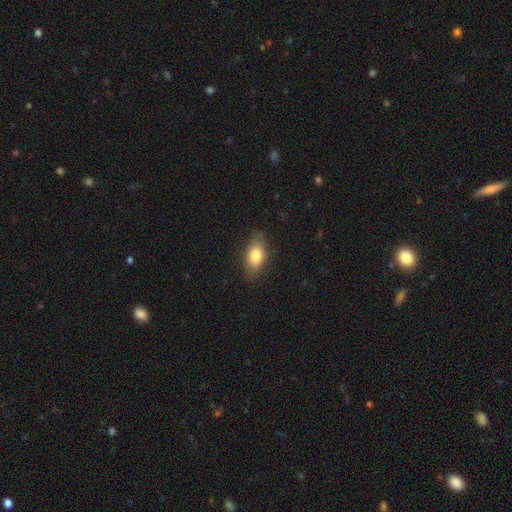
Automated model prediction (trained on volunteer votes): A smooth galaxy with no disk features (80%) that is in between round and cigar-shaped (85%).

Vote fractions:
- Smooth or featured? smooth: 80% / featured or disk: 13% / star or artifact: 8%
- How rounded? in between: 85% / round: 9% / cigar-shaped: 6%
- Merging? none: 81% / minor disturbance: 15% / major disturbance: 3% / merger: 1%